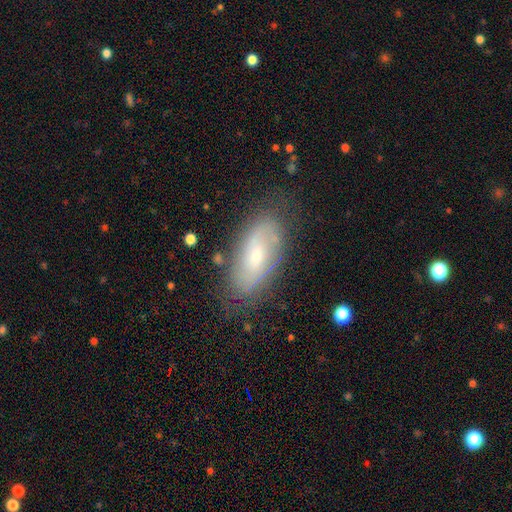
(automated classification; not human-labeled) This appears to be a featured or disk galaxy (52%). Merging: none (73%).